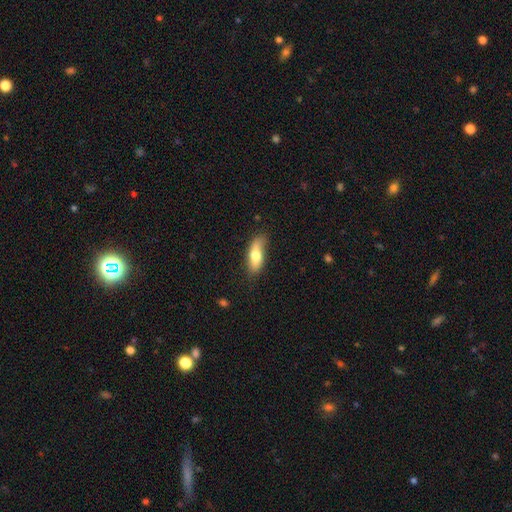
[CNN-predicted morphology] Smooth or featured? Predicted: smooth (p=0.69). How rounded? Predicted: in between (p=0.67). Merging? Predicted: none (p=0.67).